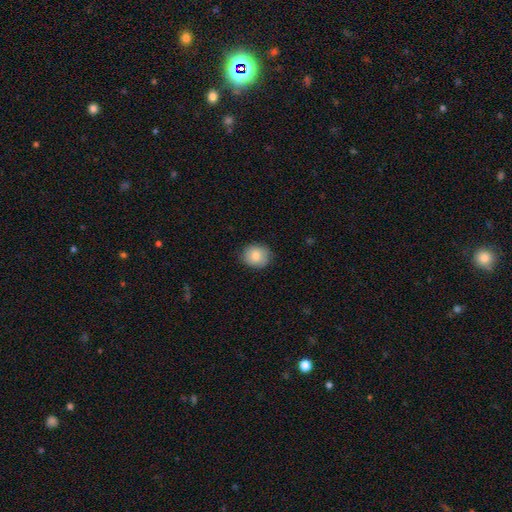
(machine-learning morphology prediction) Q: Smooth or featured?
A: smooth (81%); runner-up: featured or disk (11%)
Q: How rounded?
A: round (75%); runner-up: in between (24%)
Q: Merging?
A: none (83%); runner-up: minor disturbance (13%)